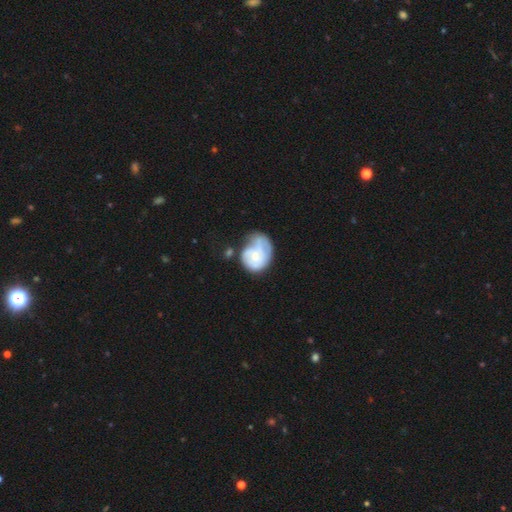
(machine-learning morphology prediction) Smooth or featured? Predicted: featured or disk (p=0.50). Merging? Predicted: minor disturbance (p=0.33).